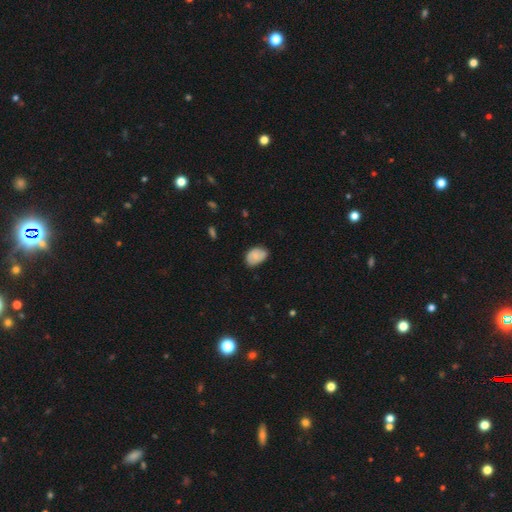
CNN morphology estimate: type=smooth (69%); roundness=in between (83%); merging=none (62%).